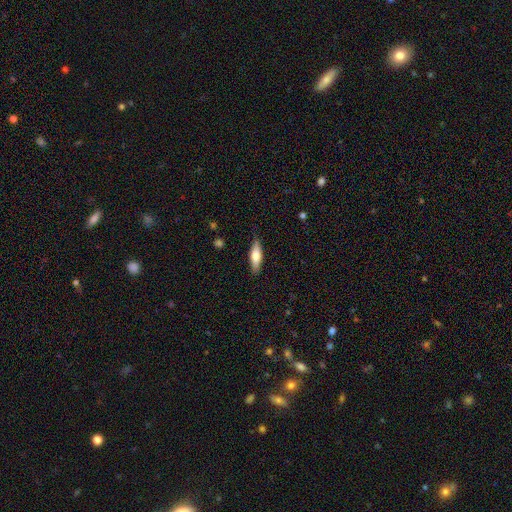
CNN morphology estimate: type=smooth (61%); roundness=cigar-shaped (53%); merging=none (85%).